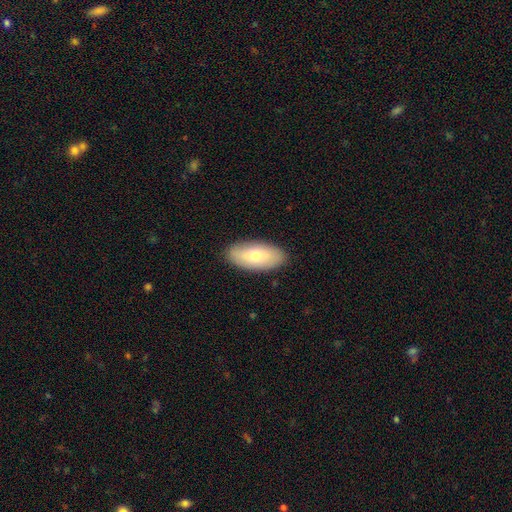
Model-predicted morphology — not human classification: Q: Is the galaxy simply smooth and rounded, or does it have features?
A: smooth — 69%.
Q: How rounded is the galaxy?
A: in between — 91%.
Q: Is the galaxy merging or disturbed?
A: none — 87%.